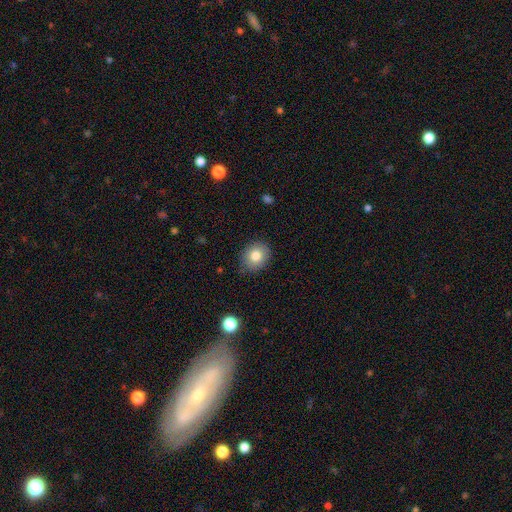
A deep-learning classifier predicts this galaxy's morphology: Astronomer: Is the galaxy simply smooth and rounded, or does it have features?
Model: smooth — 81%.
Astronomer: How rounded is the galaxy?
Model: round — 60% (runner-up: in between, 39%).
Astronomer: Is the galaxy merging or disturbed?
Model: none — 85%.